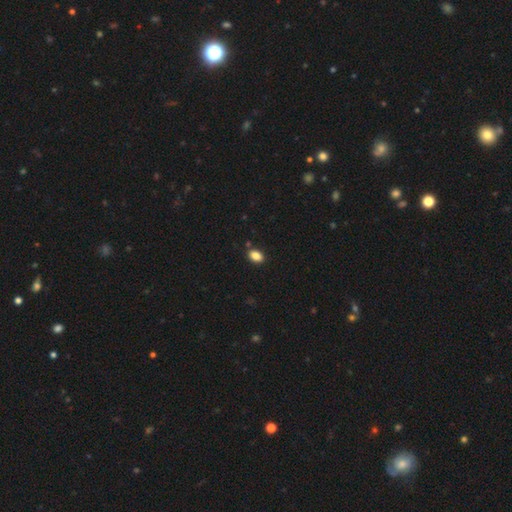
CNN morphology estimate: Smooth or featured? Predicted: smooth (p=0.86). How rounded? Predicted: in between (p=0.86). Merging? Predicted: none (p=0.87).